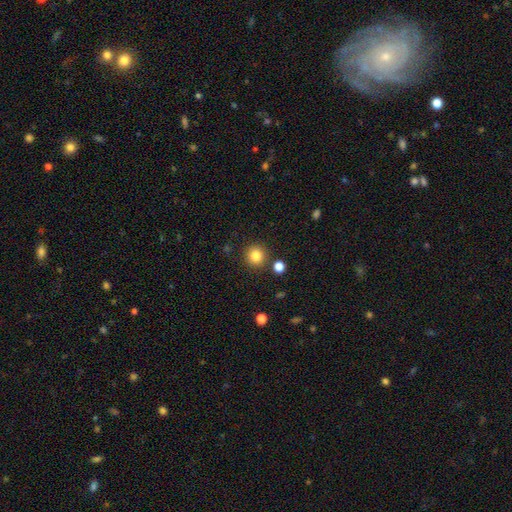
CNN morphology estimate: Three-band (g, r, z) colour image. It shows a smooth galaxy with no disk features (84%) that is round (92%). Merging: none (87%).